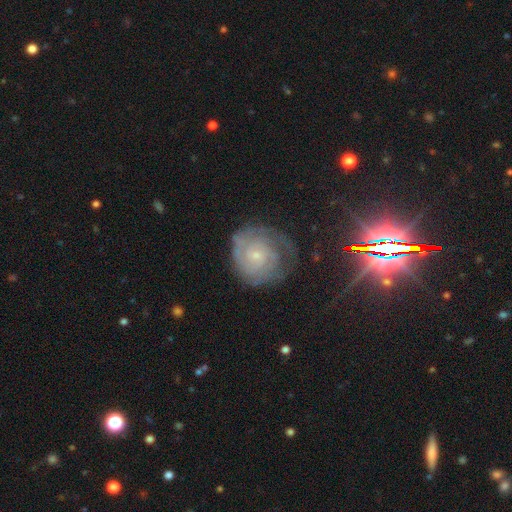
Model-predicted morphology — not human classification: featured or disk 73%, smooth 17%, star or artifact 9%. Down the decision tree: edge-on disk — no (97%); bar — no (74%); spiral arms — yes (91%); spiral arm count — can't tell (43%); spiral winding — tight (72%); bulge size — small (77%); merging — none (68%).